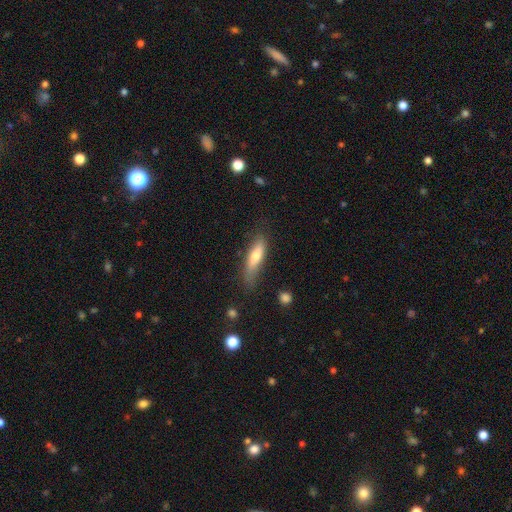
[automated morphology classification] A smooth galaxy with no disk features (66%) that is cigar-shaped (65%).

Vote fractions:
- Smooth or featured? smooth: 66% / featured or disk: 28% / star or artifact: 6%
- How rounded? cigar-shaped: 65% / in between: 33% / round: 2%
- Merging? none: 61% / minor disturbance: 27% / major disturbance: 9% / merger: 3%